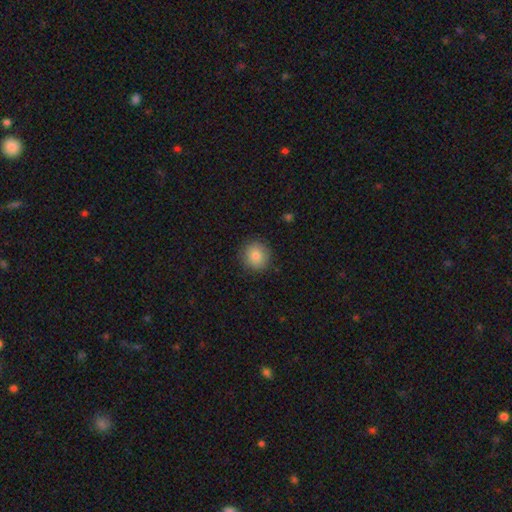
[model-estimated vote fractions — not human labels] Smooth or featured?
  - smooth: 81% *
  - star or artifact: 10%
  - featured or disk: 9%
How rounded?
  - round: 92% *
  - in between: 7%
  - cigar-shaped: 1%
Merging?
  - none: 89% *
  - minor disturbance: 7%
  - major disturbance: 2%
  - merger: 1%